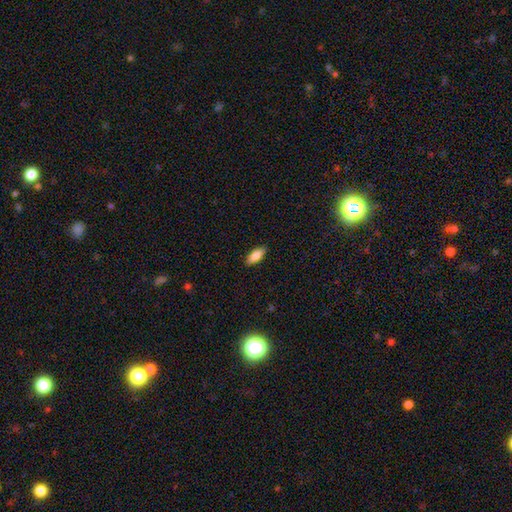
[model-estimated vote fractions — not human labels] Morphology: type=smooth (82%); roundness=in between (75%); merging=none (88%).